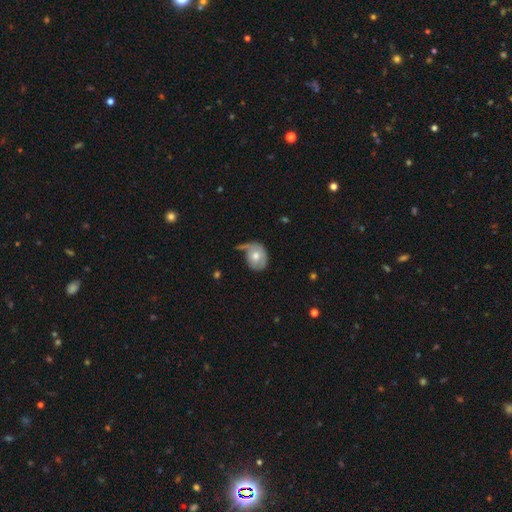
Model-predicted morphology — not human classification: smooth-or-featured: smooth: 60% | featured or disk: 34% | star or artifact: 6%
  how-rounded: in between: 54% | round: 45% | cigar-shaped: 1%
  merging: none: 35% | minor disturbance: 28% | major disturbance: 27% | merger: 11%